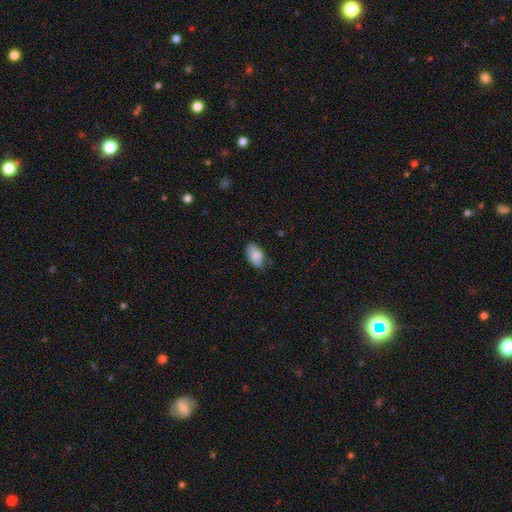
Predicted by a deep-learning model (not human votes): Smooth or featured: smooth — 84% (featured or disk — 9%)
How rounded: in between — 92% (round — 6%)
Merging: none — 68% (minor disturbance — 26%)